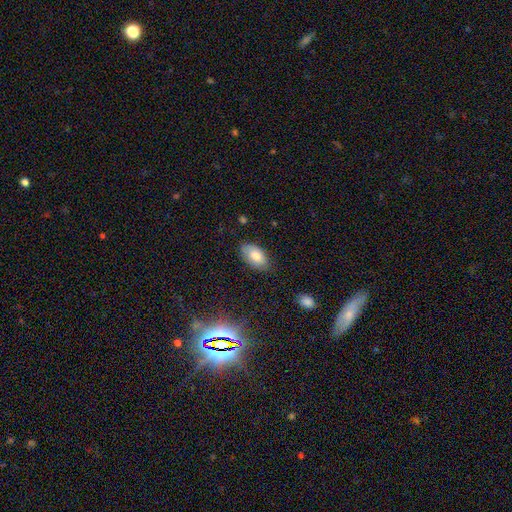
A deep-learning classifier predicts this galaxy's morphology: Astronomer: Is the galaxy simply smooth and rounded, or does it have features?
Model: smooth — 79%.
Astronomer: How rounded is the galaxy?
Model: in between — 94%.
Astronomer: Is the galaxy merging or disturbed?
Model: none — 78%.